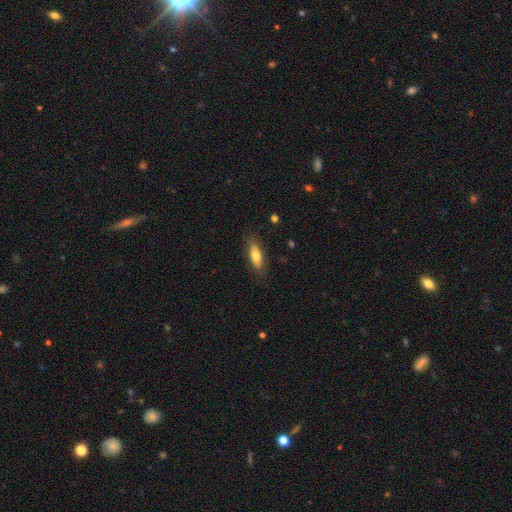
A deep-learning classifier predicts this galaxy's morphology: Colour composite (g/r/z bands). It shows a smooth galaxy with no disk features (68%) that is in between round and cigar-shaped (64%). Merging: none (82%).